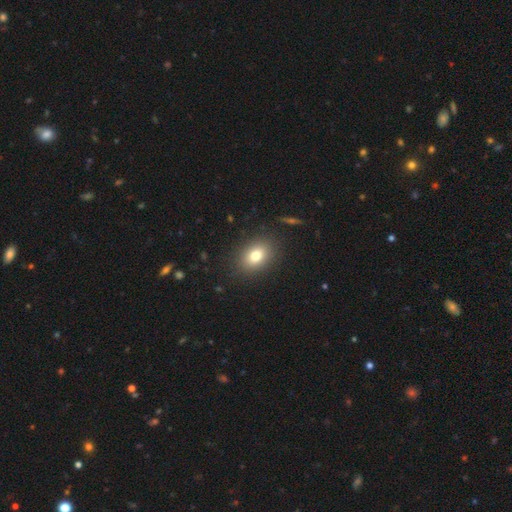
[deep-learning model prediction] Smooth or featured? Predicted: smooth (p=0.78). How rounded? Predicted: in between (p=0.69). Merging? Predicted: none (p=0.88).